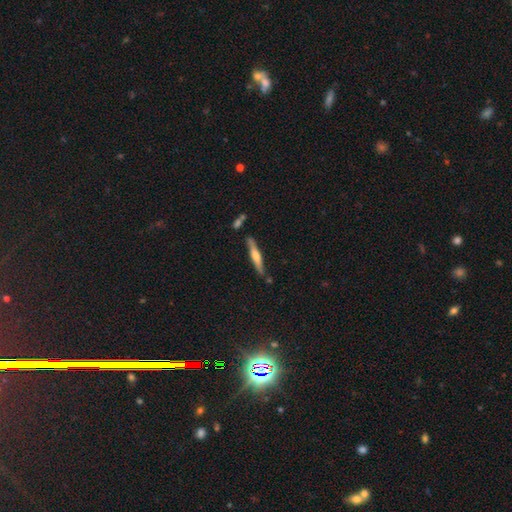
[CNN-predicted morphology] A featured or disk galaxy (53%) viewed edge-on (94%).

Vote fractions:
- Smooth or featured? featured or disk: 53% / smooth: 41% / star or artifact: 6%
- Edge-on disk? yes: 94% / no: 6%
- Merging? none: 78% / minor disturbance: 14% / merger: 5% / major disturbance: 3%